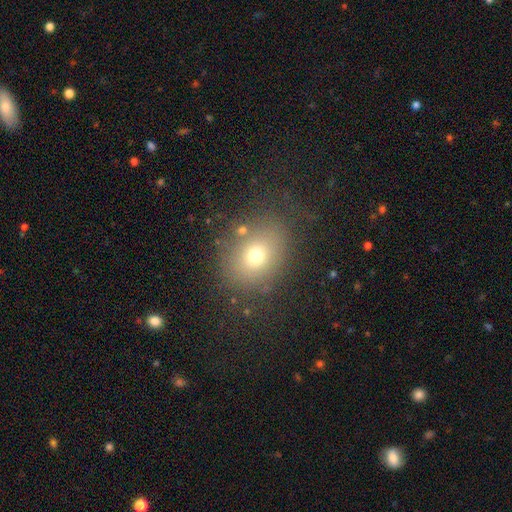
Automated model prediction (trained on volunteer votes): Morphology: type=smooth (69%); roundness=round (59%); merging=none (73%).